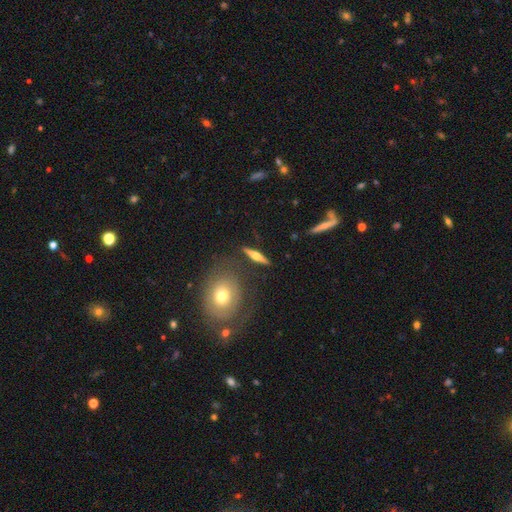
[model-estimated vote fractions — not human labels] featured or disk 64%, smooth 29%, star or artifact 7%. Down the decision tree: edge-on disk — yes (94%); edge-on bulge — rounded (94%); merging — none (84%).